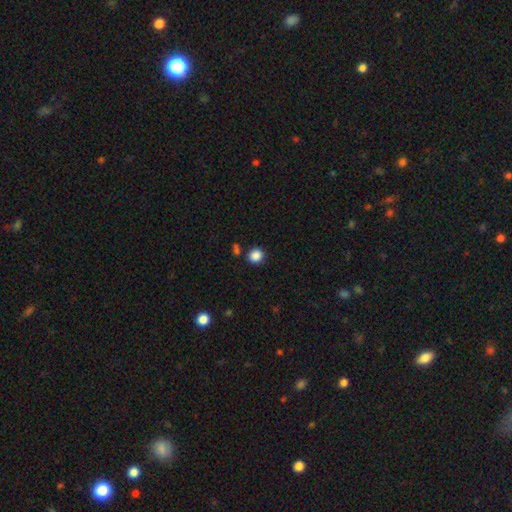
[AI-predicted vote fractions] The model was most divided on "how rounded": round: 86%, in between: 13%, cigar-shaped: 1%. More confident: smooth or featured — smooth (87%); merging — none (85%).